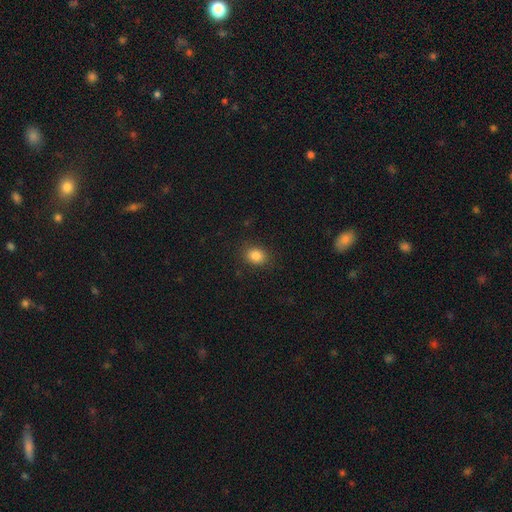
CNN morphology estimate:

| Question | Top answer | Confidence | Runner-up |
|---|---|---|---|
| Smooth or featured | smooth | 85% | star or artifact (11%) |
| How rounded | round | 52% | in between (47%) |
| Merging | none | 86% | minor disturbance (10%) |